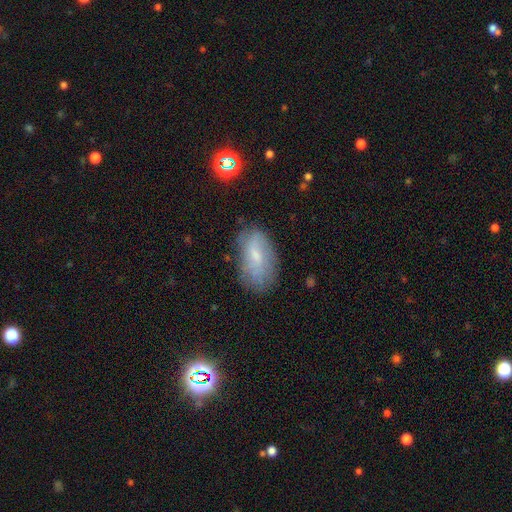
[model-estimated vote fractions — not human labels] smooth 52%, featured or disk 37%, star or artifact 10%. Down the decision tree: how rounded — in between (92%); merging — none (67%).